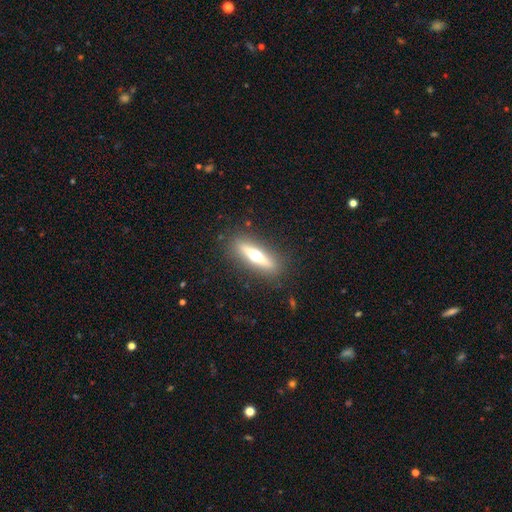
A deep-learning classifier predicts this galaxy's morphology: featured or disk 60%, smooth 33%, star or artifact 7%. Down the decision tree: edge-on disk — yes (89%); edge-on bulge — rounded (95%); merging — none (87%).